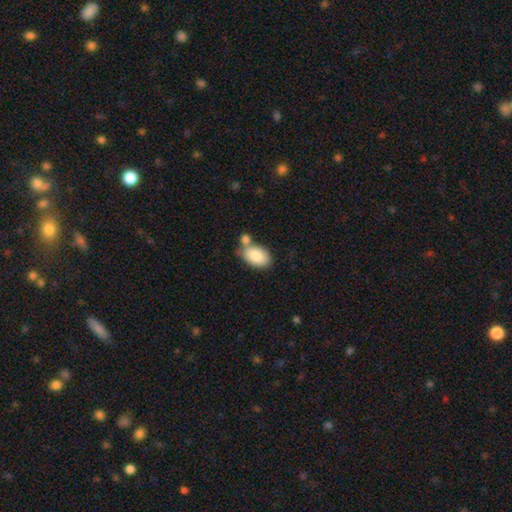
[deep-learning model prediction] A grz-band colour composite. It shows a smooth galaxy with no disk features (82%) that is in between round and cigar-shaped (91%). Merging: none (54%).